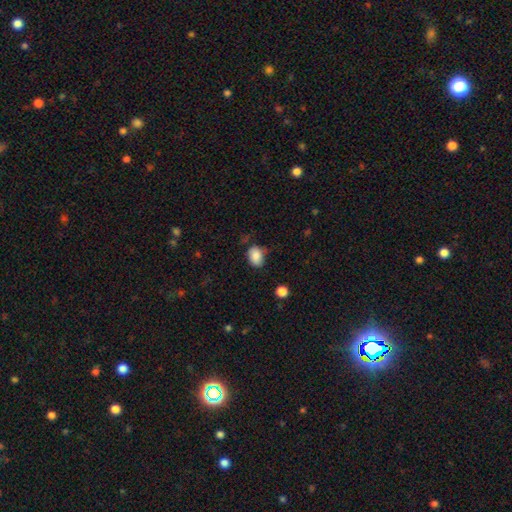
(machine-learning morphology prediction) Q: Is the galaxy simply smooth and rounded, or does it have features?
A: smooth — 85%.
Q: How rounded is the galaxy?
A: in between — 71%.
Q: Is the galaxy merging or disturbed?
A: none — 58%.